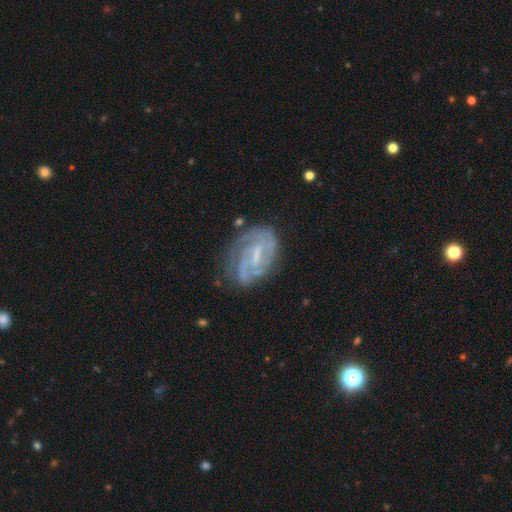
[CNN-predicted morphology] smooth_or_featured: featured or disk (p=0.81) [alt: smooth p=0.11]
disk_edge_on: no (p=0.97) [alt: yes p=0.03]
bar: weak (p=0.53) [alt: strong p=0.24]
has_spiral_arms: yes (p=0.92) [alt: no p=0.08]
spiral_winding: tight (p=0.56) [alt: medium p=0.35]
spiral_arm_count: 2 (p=0.36) [alt: can't tell p=0.28]
bulge_size: small (p=0.47) [alt: moderate p=0.26]
merging: none (p=0.67) [alt: minor disturbance p=0.20]